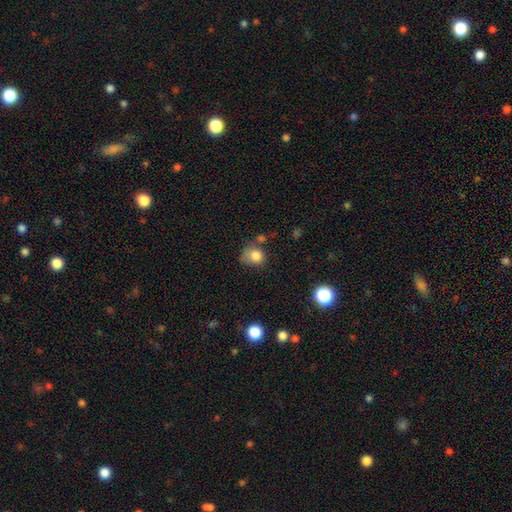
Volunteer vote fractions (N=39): Smooth or featured? smooth (82%)
How rounded? in between (53%)
Merging? minor disturbance (39%)